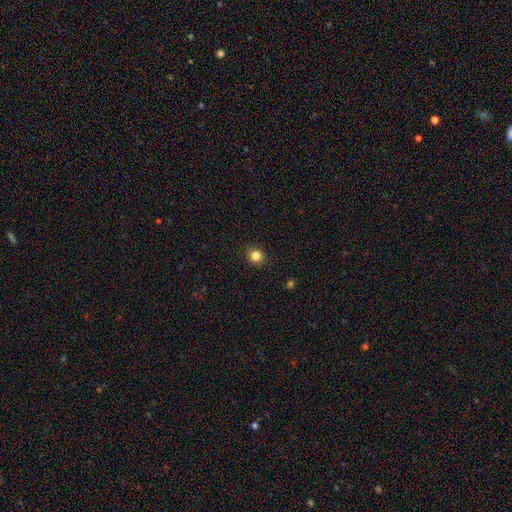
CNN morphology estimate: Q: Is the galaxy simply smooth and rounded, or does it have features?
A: smooth — 84%.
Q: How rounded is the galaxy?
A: round — 90%.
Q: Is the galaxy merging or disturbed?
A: none — 92%.